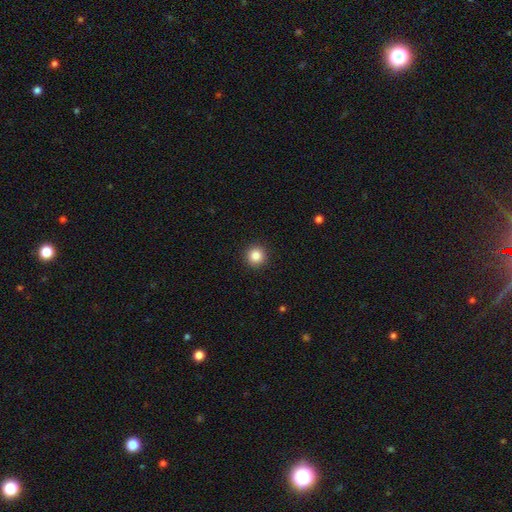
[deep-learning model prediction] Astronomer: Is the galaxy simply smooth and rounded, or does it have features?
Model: smooth — 85%.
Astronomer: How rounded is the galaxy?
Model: round — 95%.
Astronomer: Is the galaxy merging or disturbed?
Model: none — 93%.